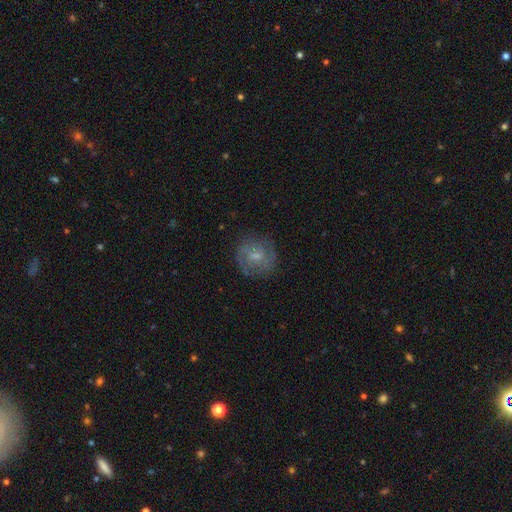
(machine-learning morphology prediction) Smooth or featured?
  - featured or disk: 61% *
  - smooth: 30%
  - star or artifact: 8%
Edge-on disk?
  - no: 97% *
  - yes: 3%
Bar?
  - weak: 54% *
  - no: 35%
  - strong: 10%
Spiral arms?
  - yes: 83% *
  - no: 17%
Bulge size?
  - small: 48% *
  - moderate: 35%
  - none: 14%
  - large: 2%
  - dominant: 1%
Merging?
  - none: 76% *
  - minor disturbance: 15%
  - major disturbance: 7%
  - merger: 1%